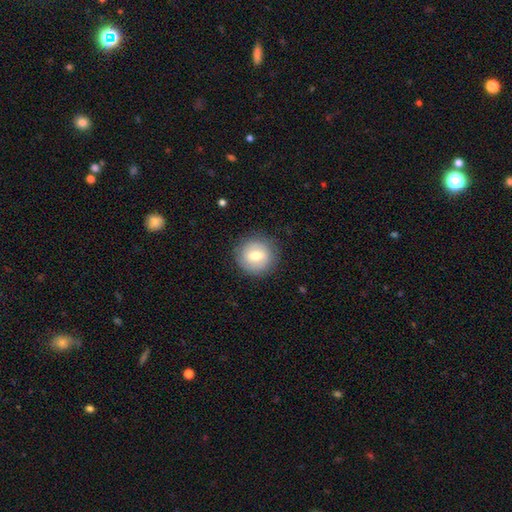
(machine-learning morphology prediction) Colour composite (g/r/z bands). It shows a smooth galaxy with no disk features (68%) that is round (92%). Merging: none (86%).